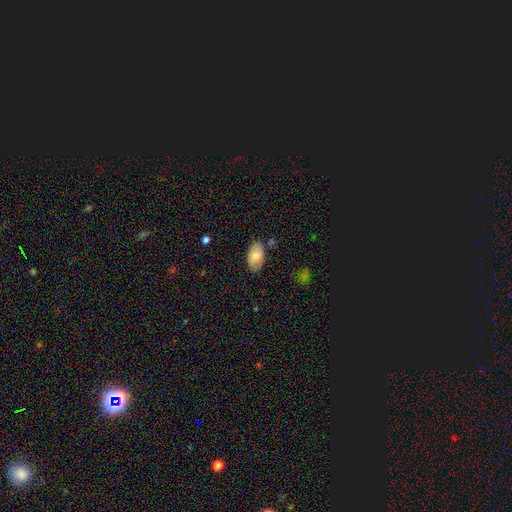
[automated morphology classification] The model was most divided on "smooth or featured": smooth: 75%, featured or disk: 19%, star or artifact: 6%. More confident: how rounded — in between (94%); merging — none (78%).